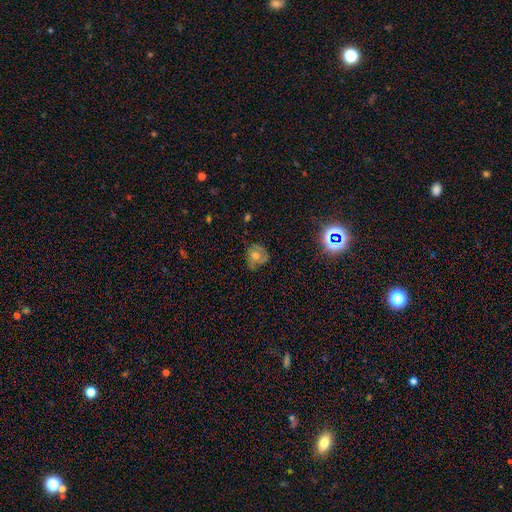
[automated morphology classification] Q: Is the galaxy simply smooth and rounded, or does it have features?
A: smooth — 45%.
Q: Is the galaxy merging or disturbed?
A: none — 55%.